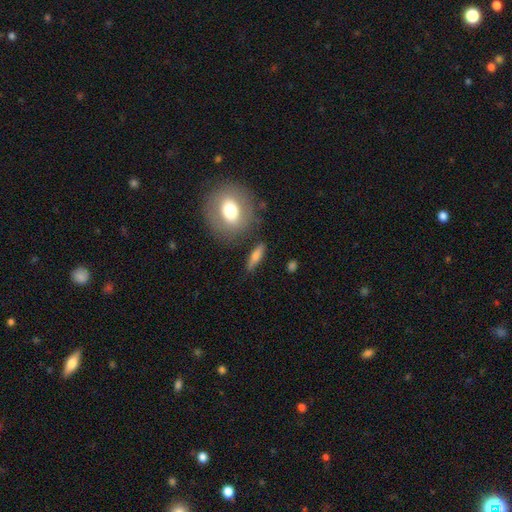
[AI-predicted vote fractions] Smooth or featured? smooth (67%)
How rounded? cigar-shaped (59%)
Merging? none (81%)